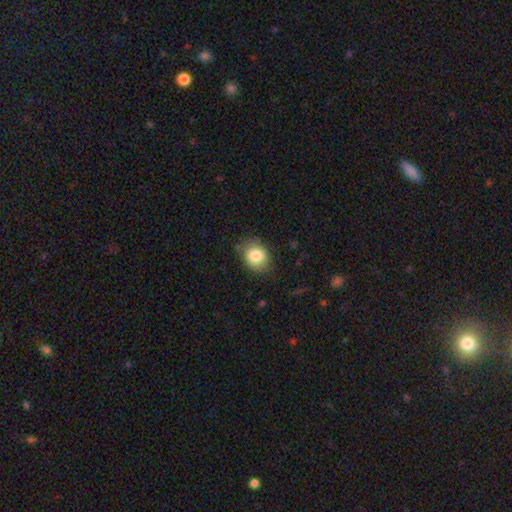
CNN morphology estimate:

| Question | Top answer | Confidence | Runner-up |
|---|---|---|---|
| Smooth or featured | smooth | 82% | featured or disk (9%) |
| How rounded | round | 52% | in between (47%) |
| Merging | none | 76% | minor disturbance (18%) |